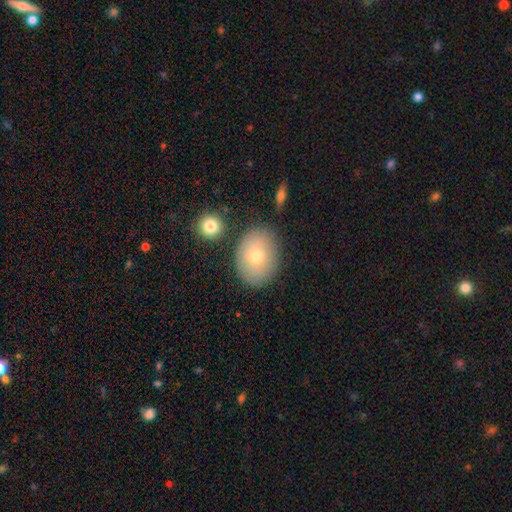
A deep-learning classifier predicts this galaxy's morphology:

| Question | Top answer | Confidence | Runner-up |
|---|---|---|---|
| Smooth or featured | smooth | 75% | featured or disk (18%) |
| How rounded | in between | 69% | round (30%) |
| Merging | none | 80% | minor disturbance (13%) |